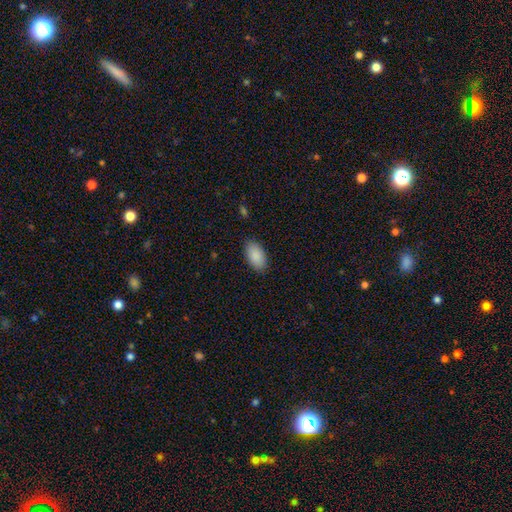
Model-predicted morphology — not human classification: This appears to be a smooth galaxy with no disk features (89%) that is in between round and cigar-shaped (95%). Merging: none (87%).